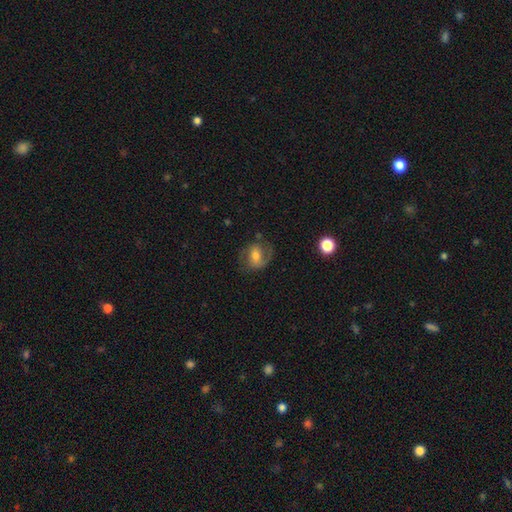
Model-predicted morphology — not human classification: Smooth or featured? featured or disk (61%)
Edge-on disk? no (96%)
Bar? weak (44%)
Spiral arms? yes (86%)
Spiral winding? medium (49%)
Spiral arm count? 2 (71%)
Bulge size? moderate (62%)
Merging? none (63%)